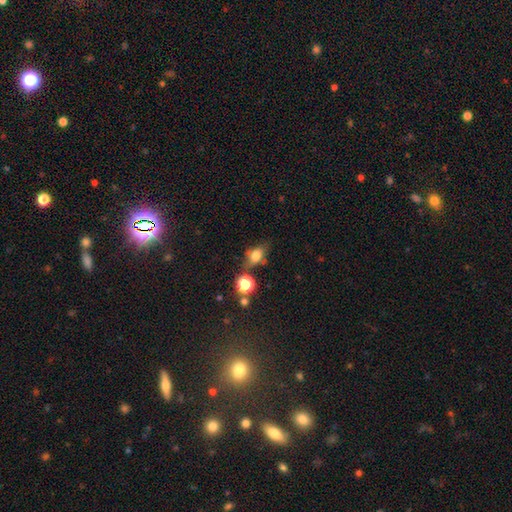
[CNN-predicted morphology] Smooth or featured: smooth — 70% (star or artifact — 15%)
How rounded: in between — 68% (round — 28%)
Merging: none — 56% (minor disturbance — 24%)